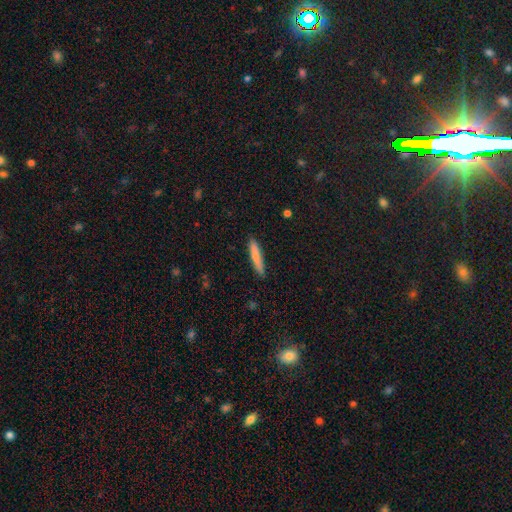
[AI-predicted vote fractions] A smooth galaxy with no disk features (79%) that is cigar-shaped (90%). Merging: none (88%).